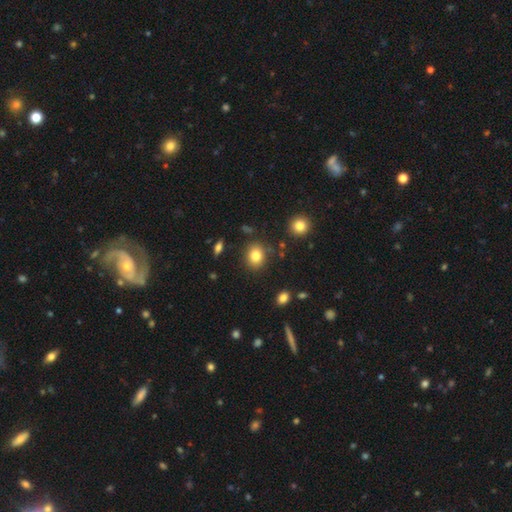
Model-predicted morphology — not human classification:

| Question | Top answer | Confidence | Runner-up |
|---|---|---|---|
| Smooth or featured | smooth | 82% | star or artifact (10%) |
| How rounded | round | 62% | in between (37%) |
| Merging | none | 84% | minor disturbance (9%) |